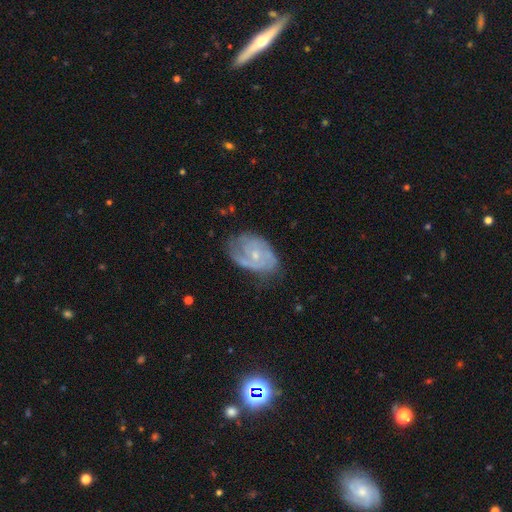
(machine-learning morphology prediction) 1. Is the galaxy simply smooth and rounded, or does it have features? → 76% featured or disk, 18% smooth, 6% star or artifact.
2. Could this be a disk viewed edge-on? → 97% no, 3% yes.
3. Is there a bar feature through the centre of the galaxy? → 69% no, 27% weak, 4% strong.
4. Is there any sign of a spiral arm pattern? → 87% yes, 13% no.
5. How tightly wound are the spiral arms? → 49% tight, 37% medium, 14% loose.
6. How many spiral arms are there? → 41% 2, 33% can't tell, 12% 3, 8% 1, 3% 4, 3% more than 4.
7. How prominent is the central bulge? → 66% small, 29% moderate, 3% none, 1% large, 1% dominant.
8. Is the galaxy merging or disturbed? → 57% none, 28% minor disturbance, 13% major disturbance, 2% merger.